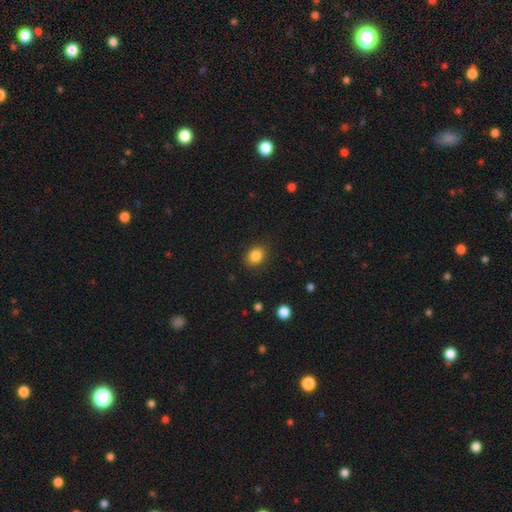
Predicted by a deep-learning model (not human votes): Smooth or featured: smooth — 85% (star or artifact — 10%)
How rounded: in between — 59% (round — 40%)
Merging: none — 86% (minor disturbance — 10%)